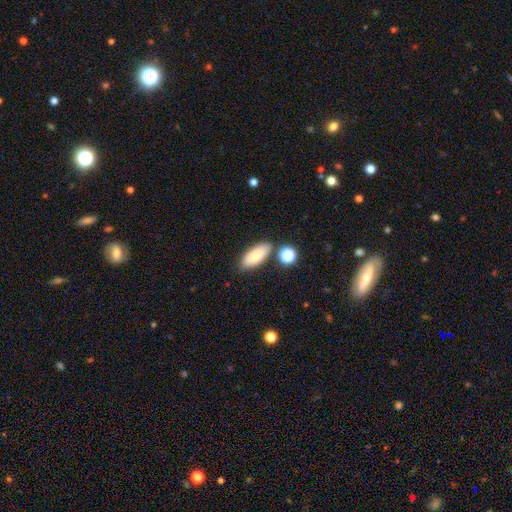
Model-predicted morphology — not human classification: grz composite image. It shows a smooth galaxy with no disk features (74%) that is in between round and cigar-shaped (82%). Merging: none (79%).